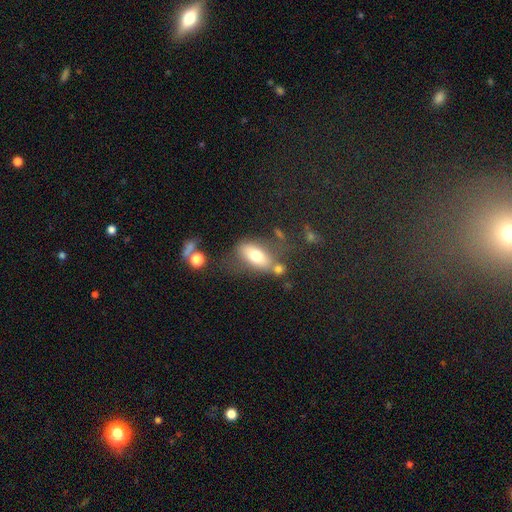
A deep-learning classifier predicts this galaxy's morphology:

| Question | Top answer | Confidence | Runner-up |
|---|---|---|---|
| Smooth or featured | smooth | 69% | featured or disk (22%) |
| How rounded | in between | 84% | cigar-shaped (10%) |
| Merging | none | 54% | minor disturbance (19%) |